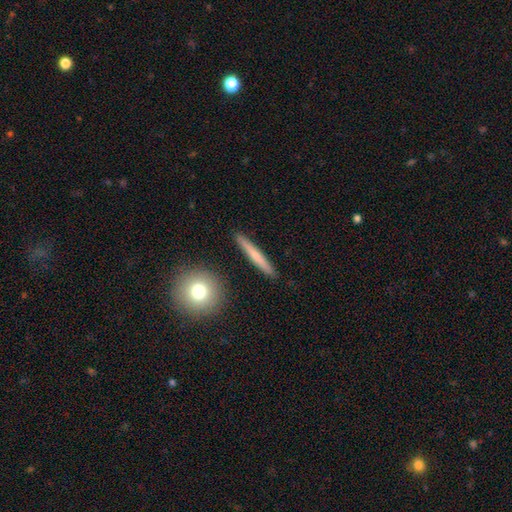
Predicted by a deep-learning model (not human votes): Morphology: type=smooth (56%); roundness=cigar-shaped (93%); merging=none (91%).